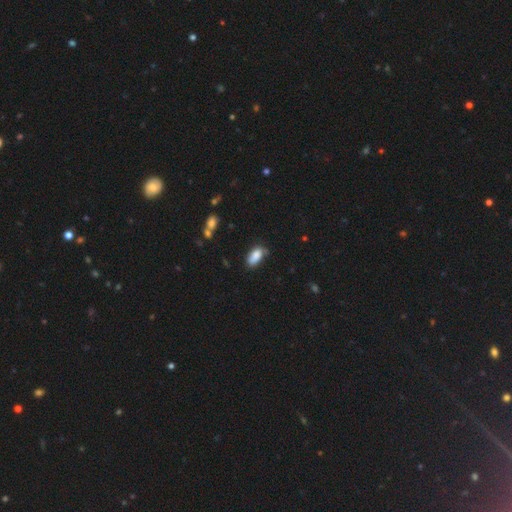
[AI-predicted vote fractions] Smooth or featured? smooth (83%)
How rounded? in between (90%)
Merging? none (55%)